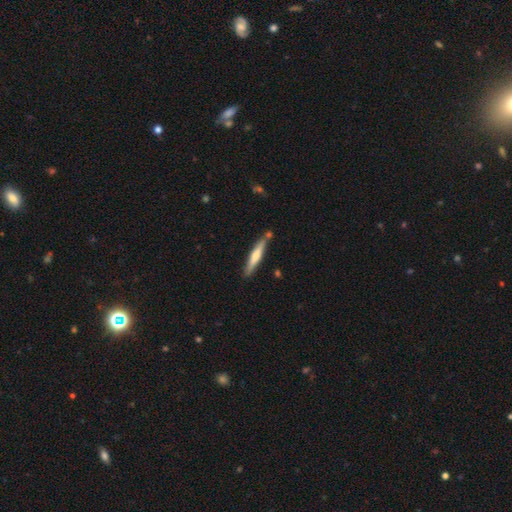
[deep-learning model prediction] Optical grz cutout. It shows a smooth galaxy with no disk features (52%) that is cigar-shaped (92%). Merging: none (78%).